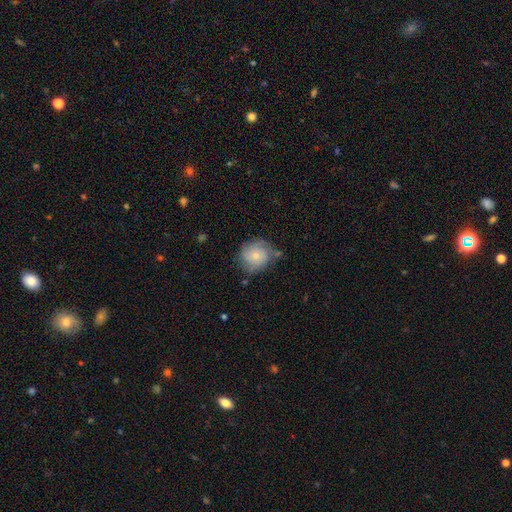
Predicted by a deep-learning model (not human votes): Morphology: type=smooth (52%); roundness=round (83%); merging=none (58%).